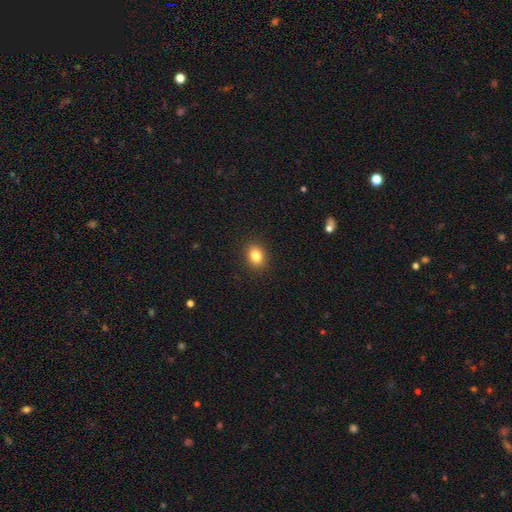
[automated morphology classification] A smooth galaxy with no disk features (83%) that is in between round and cigar-shaped (54%).

Vote fractions:
- Smooth or featured? smooth: 83% / star or artifact: 11% / featured or disk: 7%
- How rounded? in between: 54% / round: 45% / cigar-shaped: 1%
- Merging? none: 90% / minor disturbance: 7% / major disturbance: 2% / merger: 1%